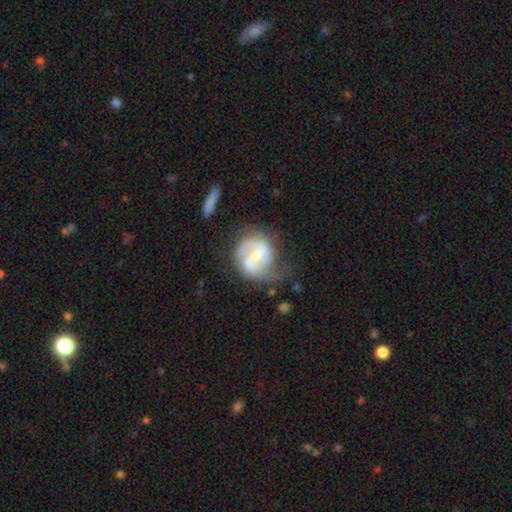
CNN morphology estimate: type=featured or disk (77%); edge-on=no (98%); bar=weak (52%); spiral arms=yes (89%); winding=medium (47%); arm count=2 (76%); bulge=small (49%); merging=none (51%).